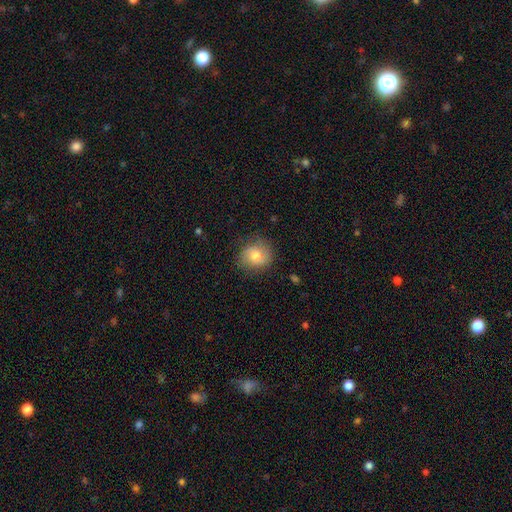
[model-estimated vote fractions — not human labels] The model was most divided on "smooth or featured": smooth: 72%, featured or disk: 19%, star or artifact: 9%. More confident: how rounded — round (79%); merging — none (77%).